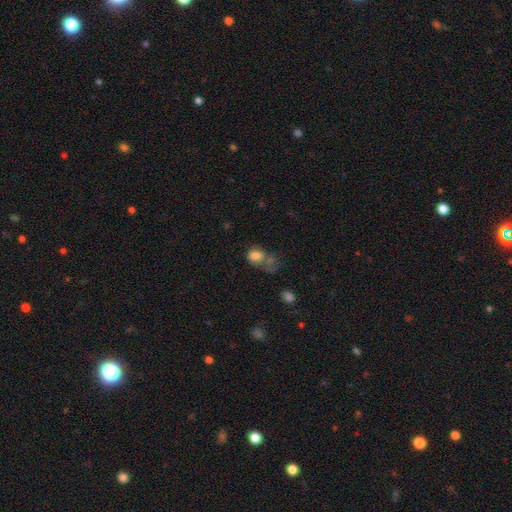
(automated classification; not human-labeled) A smooth galaxy with no disk features (74%) that is in between round and cigar-shaped (66%).

Vote fractions:
- Smooth or featured? smooth: 74% / featured or disk: 14% / star or artifact: 12%
- How rounded? in between: 66% / round: 33% / cigar-shaped: 1%
- Merging? merger: 32% / none: 26% / major disturbance: 23% / minor disturbance: 19%